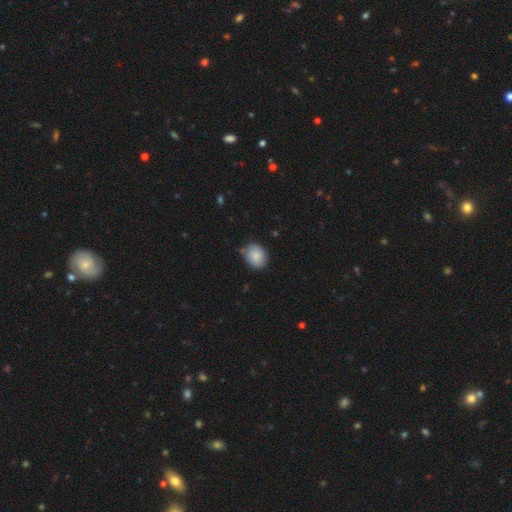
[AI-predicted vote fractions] smooth 85%, featured or disk 8%, star or artifact 7%. Down the decision tree: how rounded — round (55%); merging — none (72%).